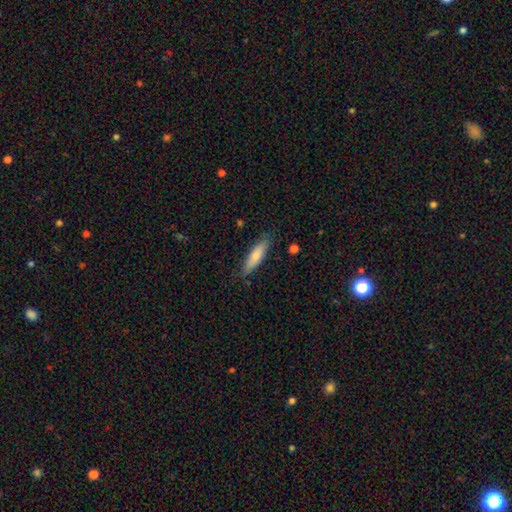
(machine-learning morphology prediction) A smooth galaxy with no disk features (77%) that is cigar-shaped (67%). Merging: none (82%).